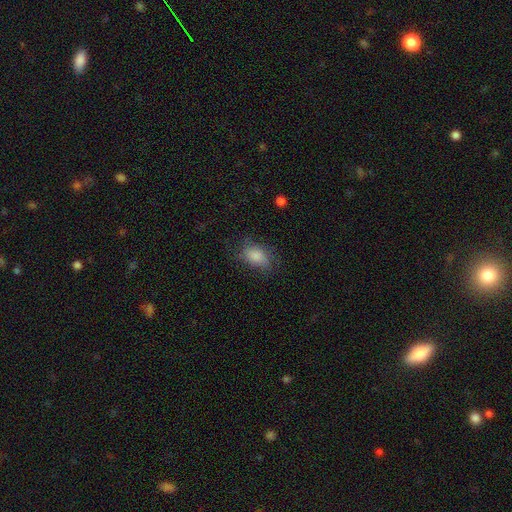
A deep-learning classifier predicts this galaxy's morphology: Overall: smooth (78%). How rounded: in between (83%). Merging: none (68%).